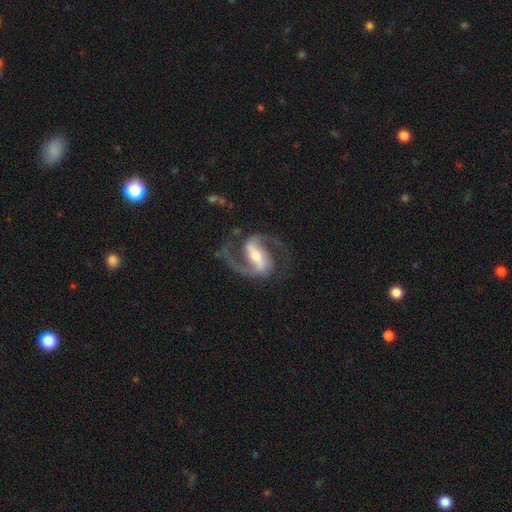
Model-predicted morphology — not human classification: A featured or disk galaxy (92%) with a strong bar (59%), 2 (94%) medium (61%) spiral arms (98%) and a moderate central bulge (51%).

Vote fractions:
- Smooth or featured? featured or disk: 92% / star or artifact: 4% / smooth: 4%
- Edge-on disk? no: 97% / yes: 3%
- Bar? strong: 59% / weak: 30% / no: 11%
- Spiral arms? yes: 98% / no: 2%
- Spiral winding? medium: 61% / loose: 26% / tight: 13%
- Spiral arm count? 2: 94% / 1: 2% / can't tell: 1% / 3: 1% / 4: 1% / more than 4: 1%
- Bulge size? moderate: 51% / small: 41% / large: 5% / none: 2% / dominant: 1%
- Merging? none: 78% / minor disturbance: 12% / major disturbance: 9% / merger: 2%